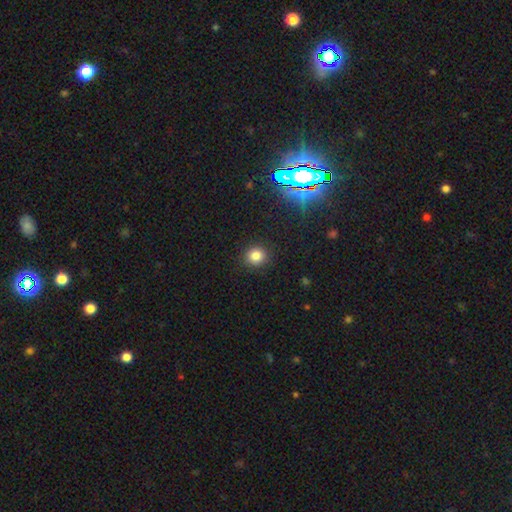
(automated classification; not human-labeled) Smooth or featured? smooth (82%)
How rounded? round (87%)
Merging? none (90%)